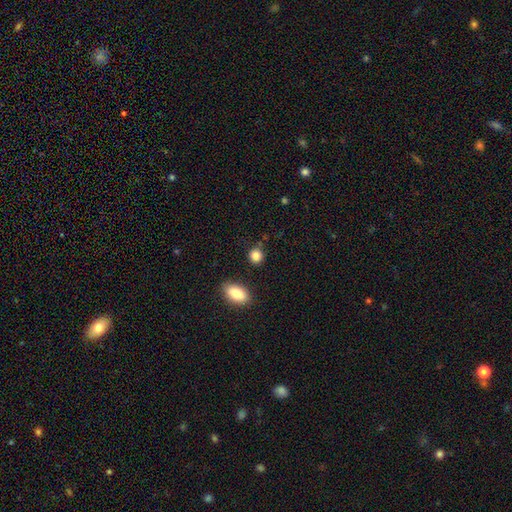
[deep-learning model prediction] Morphology: type=smooth (86%); roundness=round (79%); merging=none (82%).